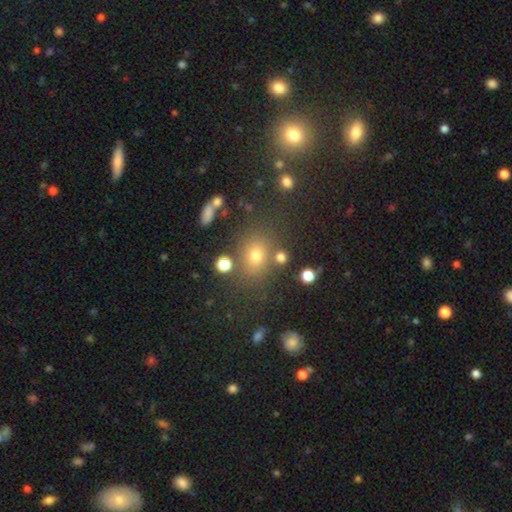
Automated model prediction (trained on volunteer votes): Overall: smooth (69%). How rounded: round (49%, tied with in between). Merging: none (74%).